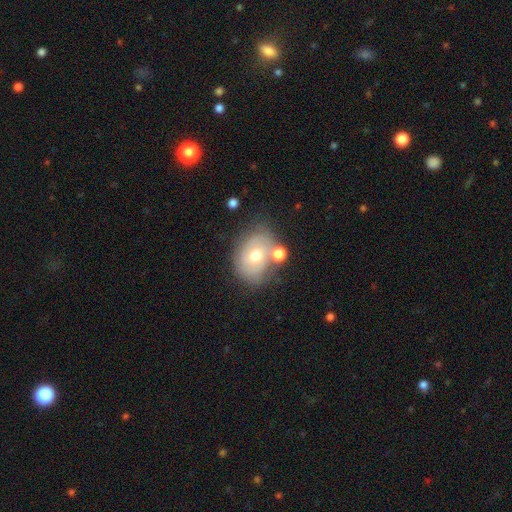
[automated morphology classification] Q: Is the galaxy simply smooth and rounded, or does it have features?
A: smooth — 48%.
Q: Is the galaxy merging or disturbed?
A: none — 55%.